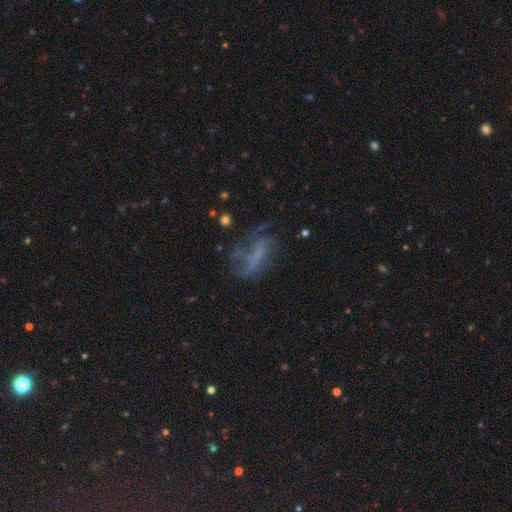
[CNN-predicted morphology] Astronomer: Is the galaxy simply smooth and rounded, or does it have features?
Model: featured or disk — 52% (runner-up: smooth, 30%).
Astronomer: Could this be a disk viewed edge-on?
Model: no — 91%.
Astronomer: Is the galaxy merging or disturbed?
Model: none — 39% (runner-up: major disturbance, 35%).